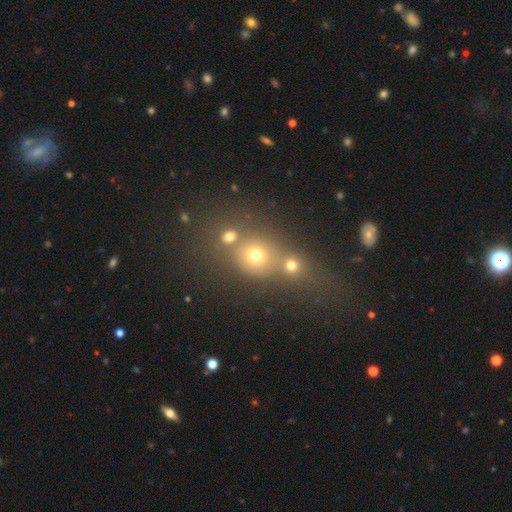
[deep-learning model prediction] Q: Smooth or featured?
A: smooth (52%); runner-up: star or artifact (32%)
Q: How rounded?
A: round (69%); runner-up: in between (27%)
Q: Merging?
A: merger (46%); runner-up: none (40%)